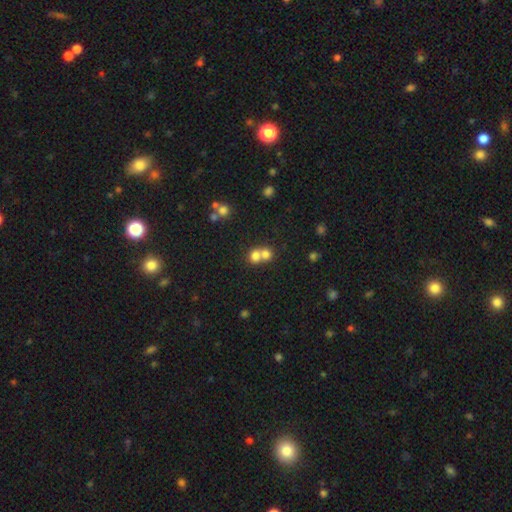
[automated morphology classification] Overall: smooth (73%). How rounded: round (75%). Merging: merger (62%; none 31%).